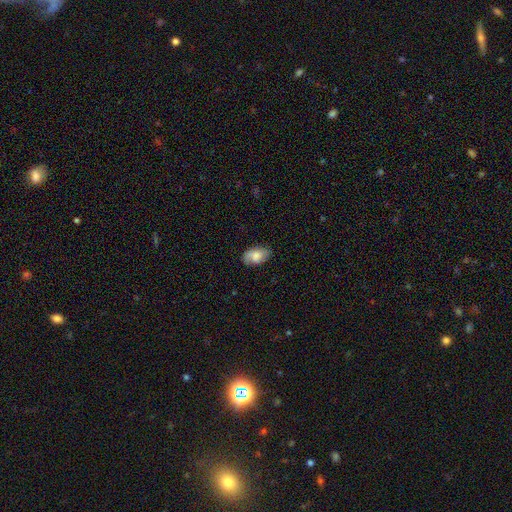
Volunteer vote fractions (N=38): Morphology: type=smooth (74%); roundness=in between (93%); merging=none (78%).